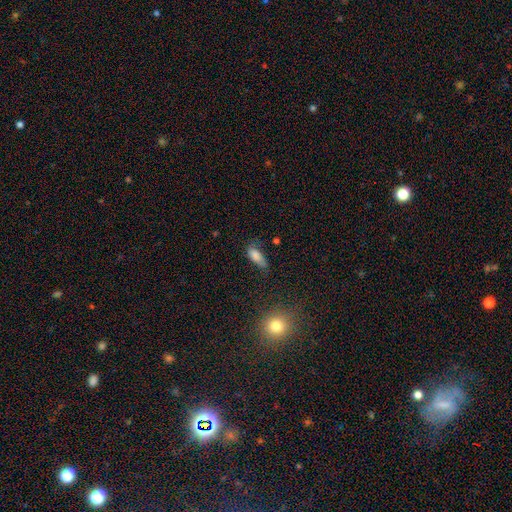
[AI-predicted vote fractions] smooth 80%, featured or disk 11%, star or artifact 9%. Down the decision tree: how rounded — in between (82%); merging — none (41%).